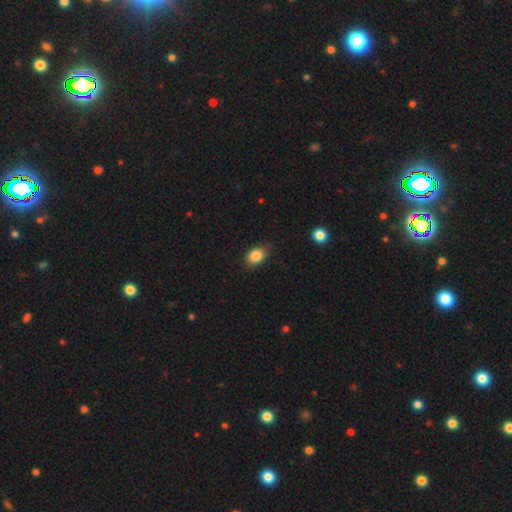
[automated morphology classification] Smooth or featured? smooth (86%)
How rounded? in between (73%)
Merging? none (82%)